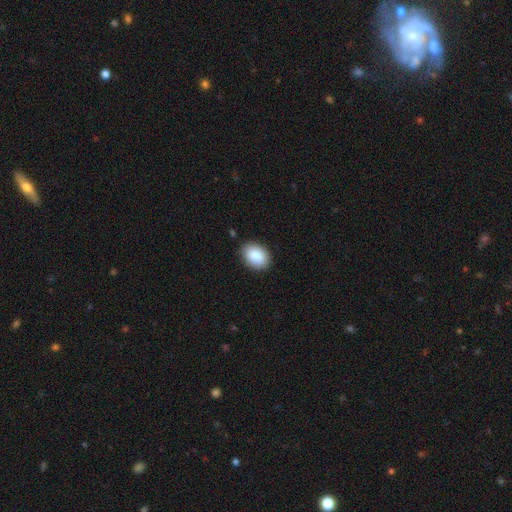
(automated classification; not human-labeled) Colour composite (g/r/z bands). It shows a smooth galaxy with no disk features (88%) that is in between round and cigar-shaped (79%). Merging: none (87%).